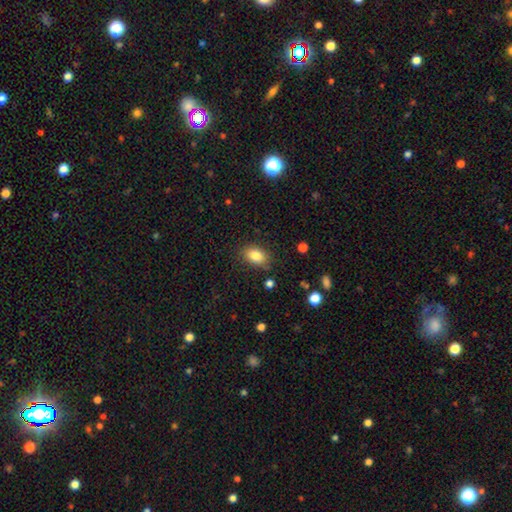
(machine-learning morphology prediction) This appears to be a smooth galaxy with no disk features (83%) that is in between round and cigar-shaped (82%). Merging: none (82%).